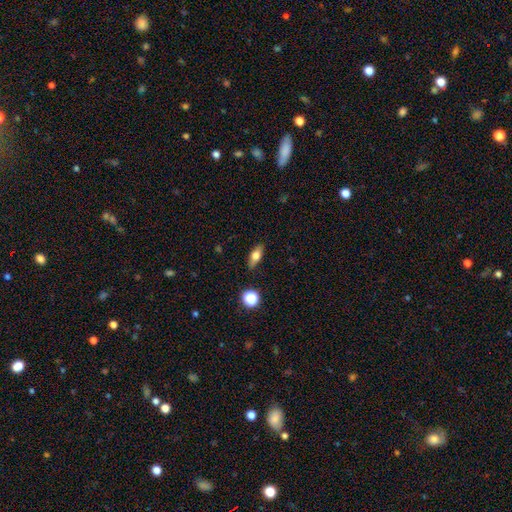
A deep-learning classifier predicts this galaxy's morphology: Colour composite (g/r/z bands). It shows a smooth galaxy with no disk features (61%) that is in between round and cigar-shaped (66%). Merging: none (86%).